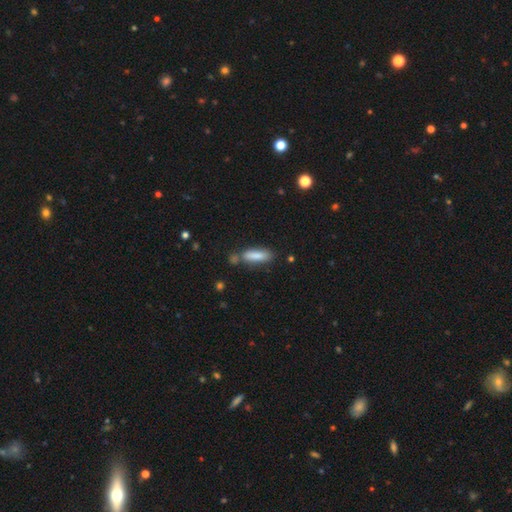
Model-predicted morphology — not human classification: A smooth galaxy with no disk features (83%) that is cigar-shaped (53%). Merging: none (67%).